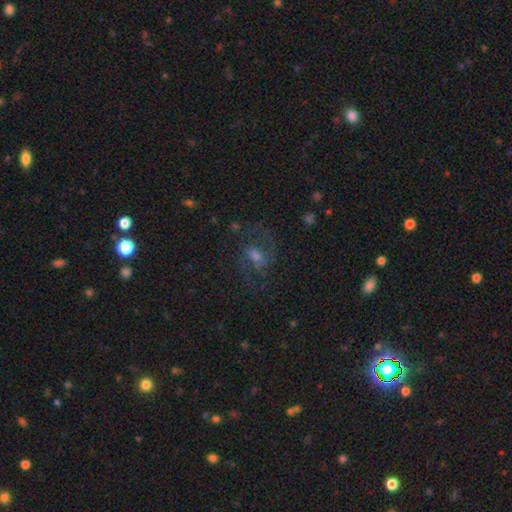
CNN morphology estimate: Q: Smooth or featured?
A: featured or disk (68%); runner-up: smooth (16%)
Q: Edge-on disk?
A: no (97%); runner-up: yes (3%)
Q: Bar?
A: weak (52%); runner-up: no (32%)
Q: Spiral arms?
A: yes (91%); runner-up: no (9%)
Q: Spiral winding?
A: medium (54%); runner-up: loose (33%)
Q: Spiral arm count?
A: 2 (88%); runner-up: can't tell (6%)
Q: Bulge size?
A: moderate (50%); runner-up: small (32%)
Q: Merging?
A: none (70%); runner-up: minor disturbance (15%)